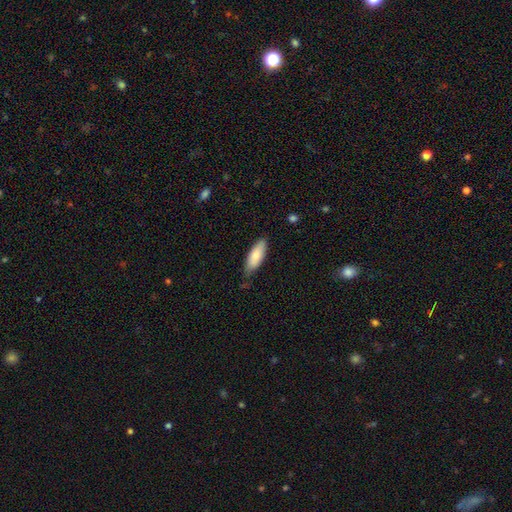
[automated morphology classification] A smooth galaxy with no disk features (83%) that is in between round and cigar-shaped (66%). Merging: none (73%).